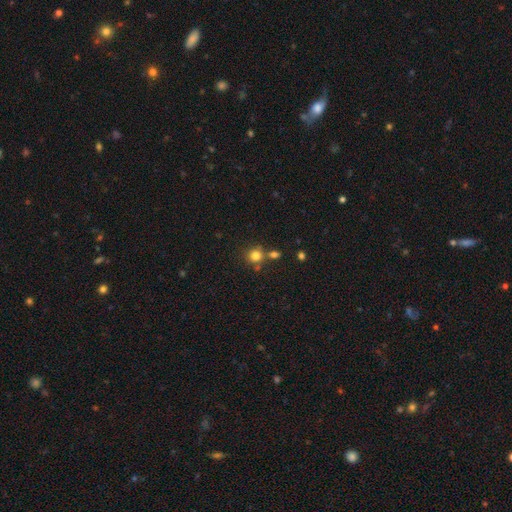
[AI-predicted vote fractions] A smooth galaxy with no disk features (80%) that is round (87%).

Vote fractions:
- Smooth or featured? smooth: 80% / star or artifact: 13% / featured or disk: 7%
- How rounded? round: 87% / in between: 12% / cigar-shaped: 1%
- Merging? none: 65% / merger: 20% / minor disturbance: 10% / major disturbance: 4%